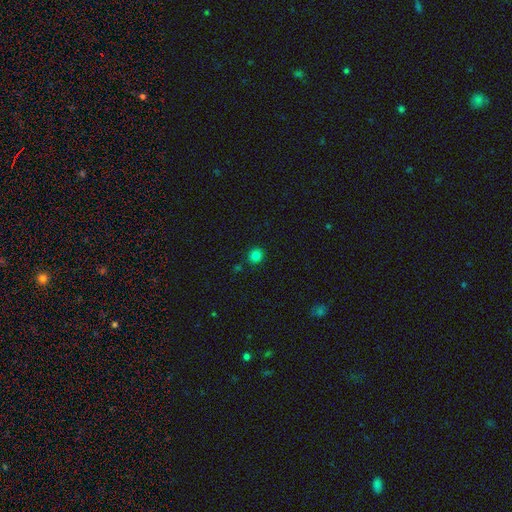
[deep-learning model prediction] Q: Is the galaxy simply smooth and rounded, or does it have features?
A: smooth — 82%.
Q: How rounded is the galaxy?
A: round — 84%.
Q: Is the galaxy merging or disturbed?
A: none — 86%.